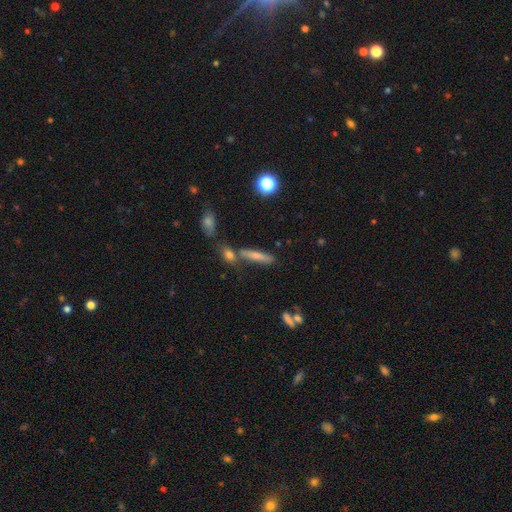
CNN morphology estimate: smooth 52%, featured or disk 32%, star or artifact 16%. Down the decision tree: how rounded — cigar-shaped (80%); merging — none (63%).